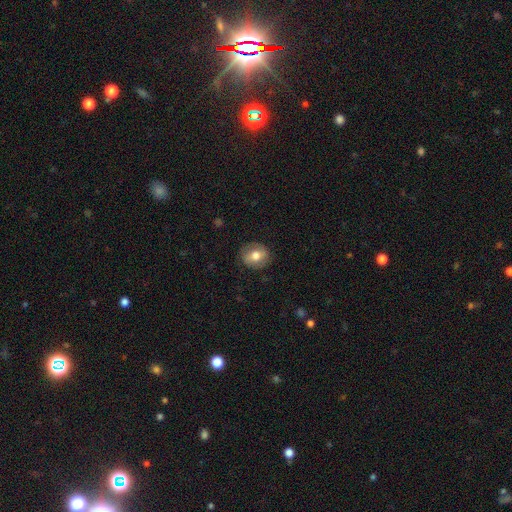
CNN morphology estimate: type=smooth (63%); roundness=round (67%); merging=none (83%).